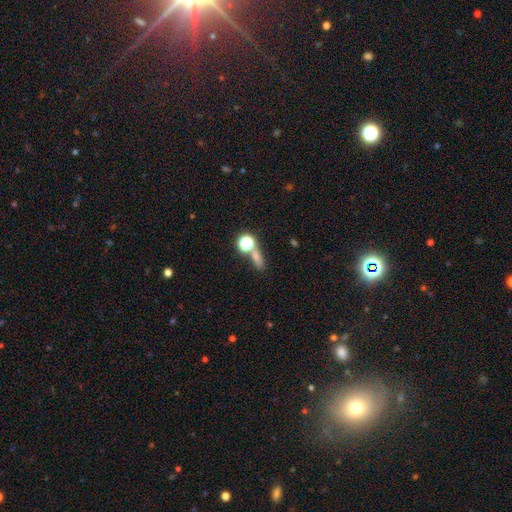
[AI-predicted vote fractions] Smooth or featured? smooth (61%)
How rounded? in between (40%)
Merging? none (59%)